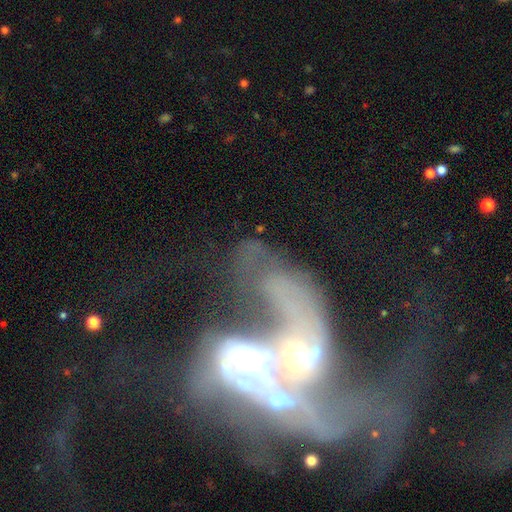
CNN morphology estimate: featured or disk 63%, smooth 20%, star or artifact 17%. Down the decision tree: edge-on disk — no (93%); bar — no (64%); spiral arms — yes (53%); bulge size — moderate (49%); merging — merger (59%).